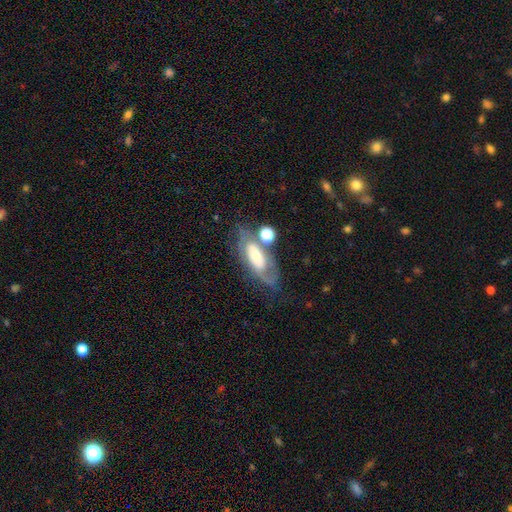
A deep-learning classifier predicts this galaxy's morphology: A featured or disk galaxy (61%) with no bar (56%), spiral arms (70%) and a small central bulge (42%).

Vote fractions:
- Smooth or featured? featured or disk: 61% / smooth: 30% / star or artifact: 9%
- Edge-on disk? no: 85% / yes: 15%
- Bar? no: 56% / weak: 28% / strong: 16%
- Spiral arms? yes: 70% / no: 30%
- Bulge size? small: 42% / moderate: 37% / large: 13% / none: 5% / dominant: 3%
- Merging? none: 48% / minor disturbance: 20% / merger: 16% / major disturbance: 16%